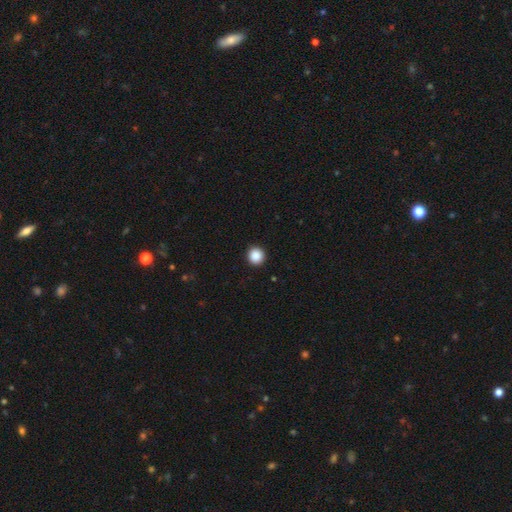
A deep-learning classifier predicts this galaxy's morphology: A smooth galaxy with no disk features (88%) that is round (95%). Merging: none (93%).